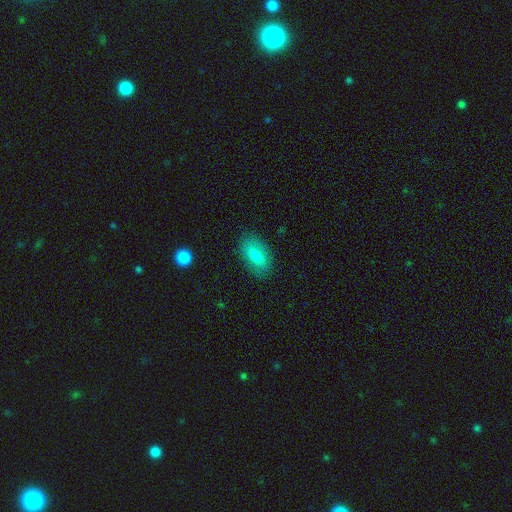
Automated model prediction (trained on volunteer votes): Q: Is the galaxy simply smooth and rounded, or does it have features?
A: smooth — 74%.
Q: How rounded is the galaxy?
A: in between — 89%.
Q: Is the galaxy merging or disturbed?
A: none — 83%.